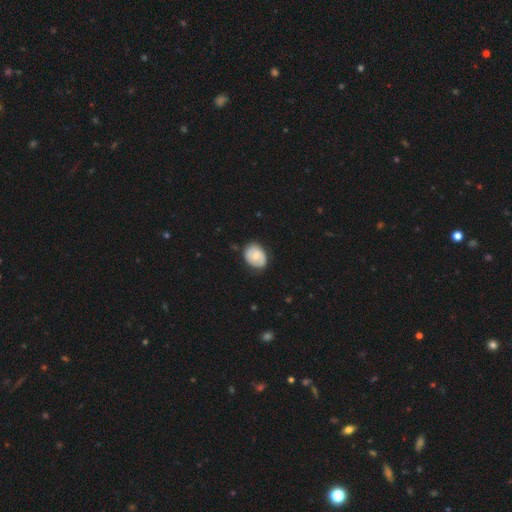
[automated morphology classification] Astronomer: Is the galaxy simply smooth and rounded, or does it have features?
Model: smooth — 61%.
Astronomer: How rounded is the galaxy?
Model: in between — 61% (runner-up: round, 38%).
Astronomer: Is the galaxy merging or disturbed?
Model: none — 75%.